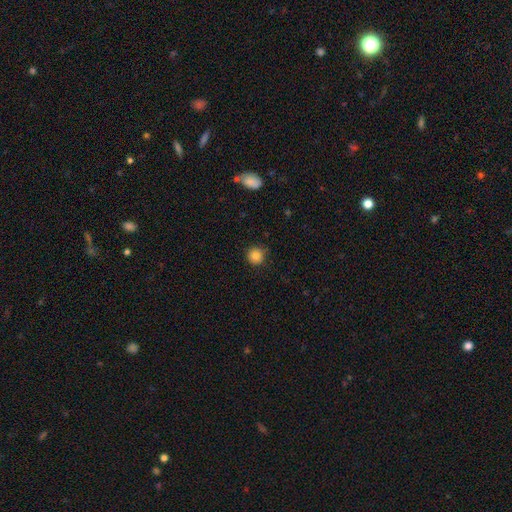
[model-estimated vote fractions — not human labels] Q: Smooth or featured?
A: smooth (83%); runner-up: star or artifact (11%)
Q: How rounded?
A: round (94%); runner-up: in between (5%)
Q: Merging?
A: none (87%); runner-up: minor disturbance (10%)